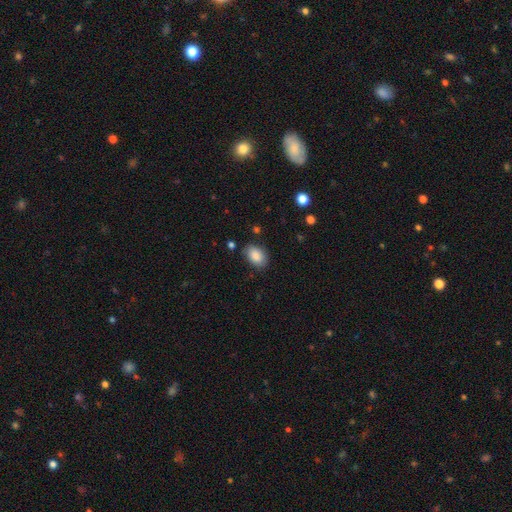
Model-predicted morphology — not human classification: Smooth or featured: smooth — 87% (star or artifact — 7%)
How rounded: in between — 87% (round — 12%)
Merging: none — 81% (minor disturbance — 14%)